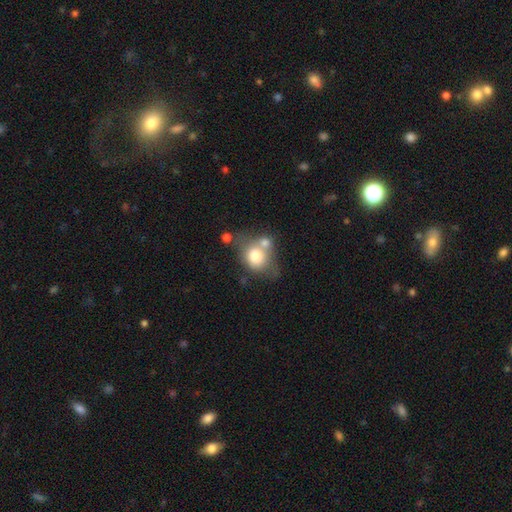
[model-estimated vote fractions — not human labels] Q: Smooth or featured?
A: smooth (72%); runner-up: featured or disk (19%)
Q: How rounded?
A: round (60%); runner-up: in between (38%)
Q: Merging?
A: merger (39%); runner-up: none (37%)